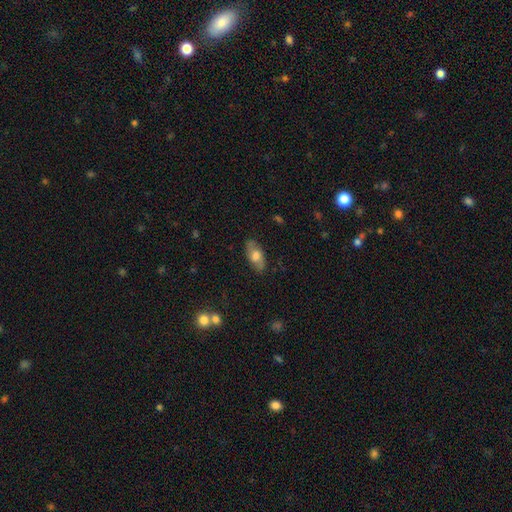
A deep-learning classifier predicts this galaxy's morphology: smooth-or-featured: smooth: 60% | featured or disk: 33% | star or artifact: 7%
  how-rounded: in between: 88% | cigar-shaped: 8% | round: 5%
  merging: none: 81% | minor disturbance: 14% | major disturbance: 4% | merger: 1%